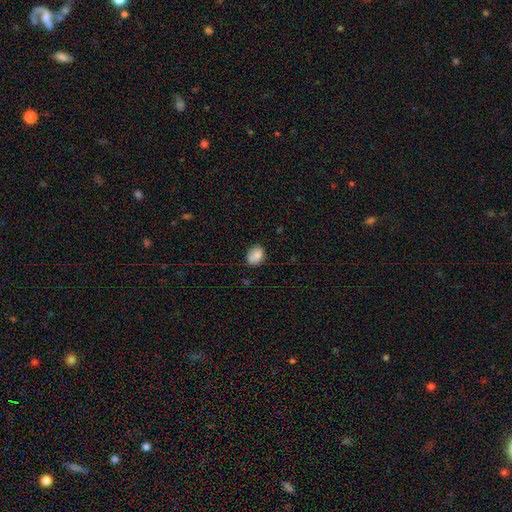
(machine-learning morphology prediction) smooth-or-featured: smooth: 85% | star or artifact: 8% | featured or disk: 6%
  how-rounded: in between: 60% | round: 39% | cigar-shaped: 1%
  merging: none: 76% | minor disturbance: 19% | major disturbance: 3% | merger: 2%